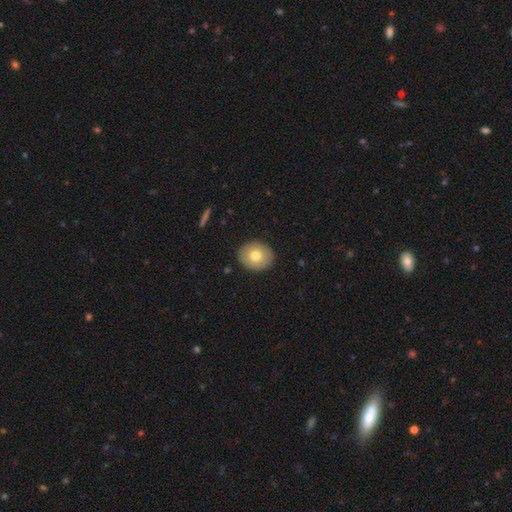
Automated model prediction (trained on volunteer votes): Morphology: type=smooth (71%); roundness=round (64%); merging=none (90%).